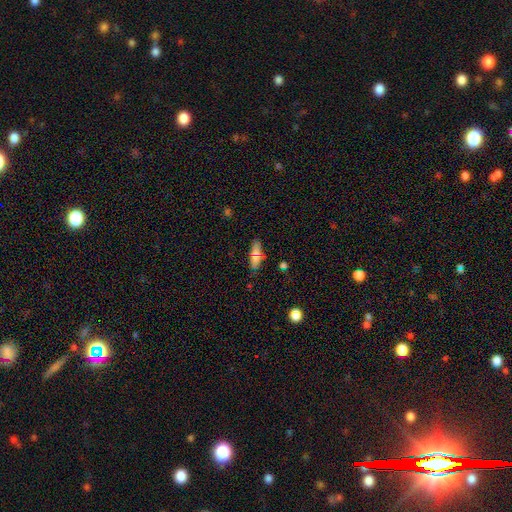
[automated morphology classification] A smooth galaxy with no disk features (74%) that is cigar-shaped (53%). Merging: none (78%).